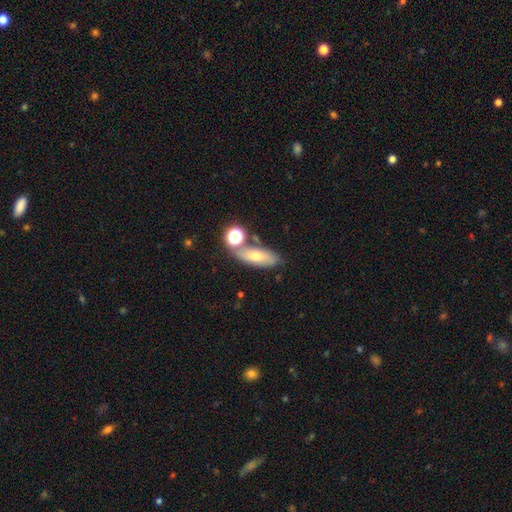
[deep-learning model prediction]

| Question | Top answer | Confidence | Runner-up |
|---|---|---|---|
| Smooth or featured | smooth | 57% | featured or disk (30%) |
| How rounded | in between | 65% | cigar-shaped (25%) |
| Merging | none | 61% | merger (17%) |